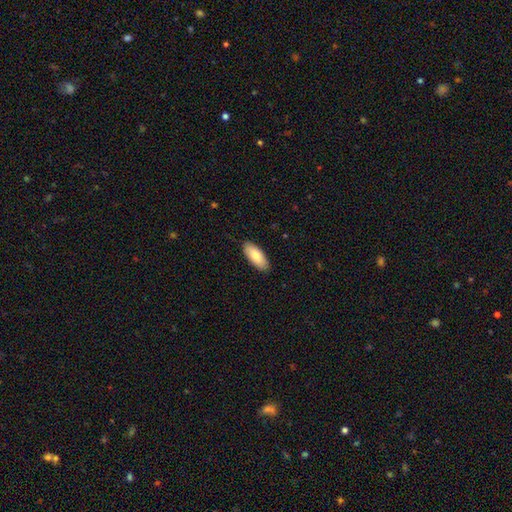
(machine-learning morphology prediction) smooth_or_featured: smooth (p=0.81) [alt: featured or disk p=0.13]
how_rounded: in between (p=0.84) [alt: cigar-shaped p=0.14]
merging: none (p=0.88) [alt: minor disturbance p=0.09]